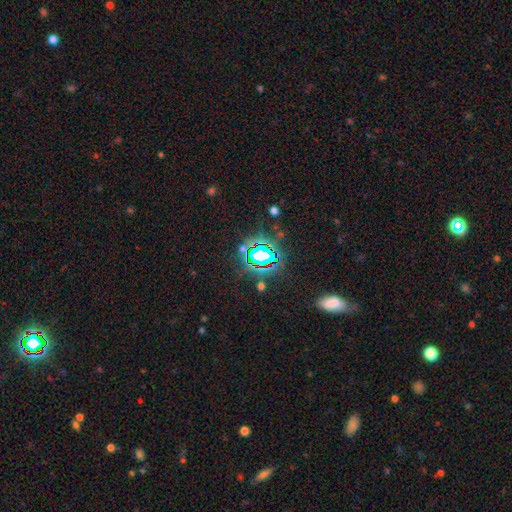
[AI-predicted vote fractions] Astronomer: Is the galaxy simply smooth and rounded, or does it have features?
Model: star or artifact — 76%.